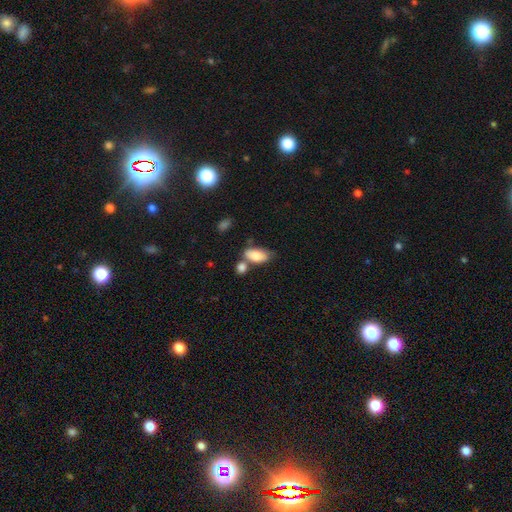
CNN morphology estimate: smooth-or-featured: smooth: 79% | featured or disk: 14% | star or artifact: 7%
  how-rounded: in between: 91% | round: 5% | cigar-shaped: 4%
  merging: none: 43% | merger: 30% | minor disturbance: 20% | major disturbance: 7%